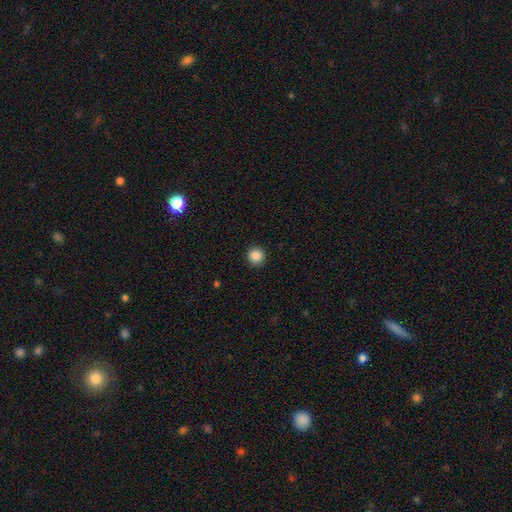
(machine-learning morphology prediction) Smooth or featured: smooth — 87% (star or artifact — 10%)
How rounded: round — 95% (in between — 4%)
Merging: none — 92% (minor disturbance — 5%)